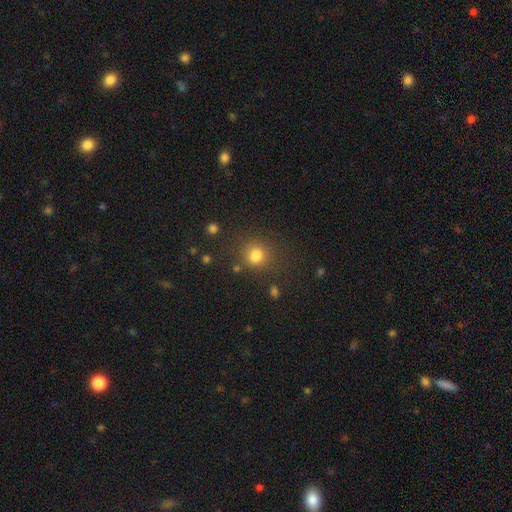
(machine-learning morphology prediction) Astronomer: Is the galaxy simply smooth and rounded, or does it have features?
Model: smooth — 79%.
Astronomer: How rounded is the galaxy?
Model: round — 80%.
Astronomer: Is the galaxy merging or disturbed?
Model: none — 72%.